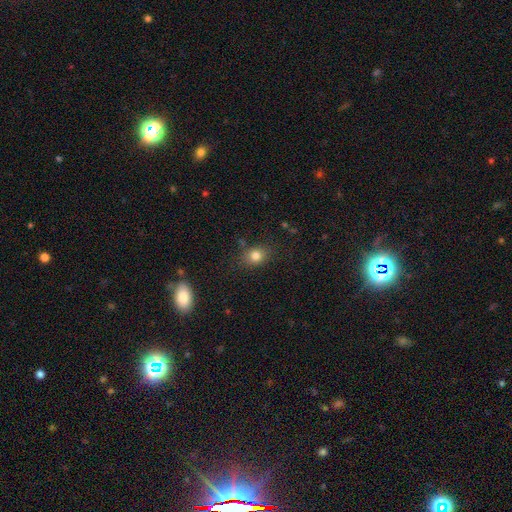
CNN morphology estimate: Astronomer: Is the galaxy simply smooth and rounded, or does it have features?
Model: smooth — 80%.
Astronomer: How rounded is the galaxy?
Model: round — 52% (runner-up: in between, 47%).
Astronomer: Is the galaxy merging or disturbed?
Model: none — 79%.